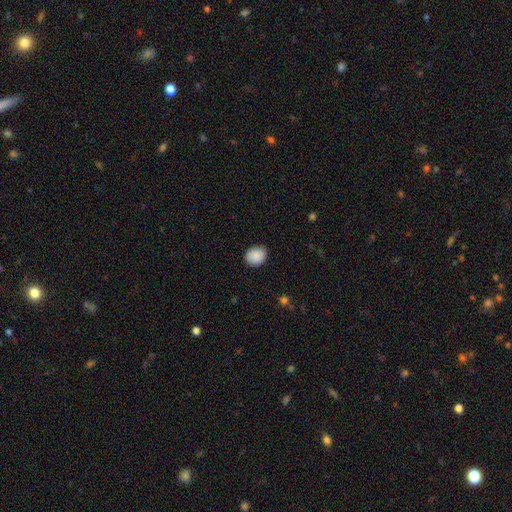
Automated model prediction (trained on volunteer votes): This is clearly a smooth galaxy (89%). How rounded: likely round (61%). Merging: clearly none (86%).